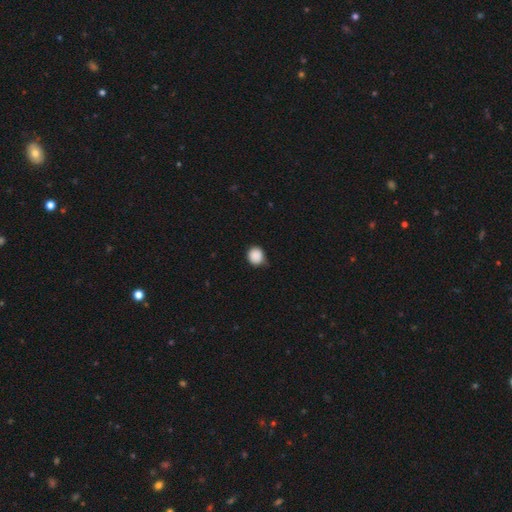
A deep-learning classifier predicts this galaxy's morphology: smooth-or-featured: smooth: 89% | star or artifact: 9% | featured or disk: 3%
  how-rounded: round: 85% | in between: 14% | cigar-shaped: 1%
  merging: none: 78% | minor disturbance: 17% | major disturbance: 3% | merger: 1%